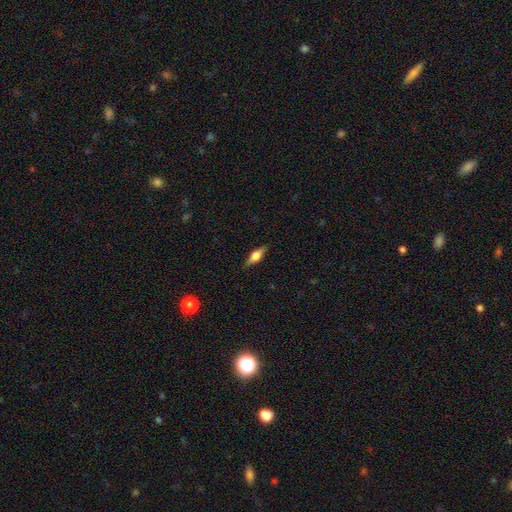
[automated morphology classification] smooth_or_featured: featured or disk (p=0.56) [alt: smooth p=0.37]
disk_edge_on: yes (p=0.95) [alt: no p=0.05]
edge_on_bulge: rounded (p=0.90) [alt: boxy p=0.08]
merging: none (p=0.88) [alt: minor disturbance p=0.09]